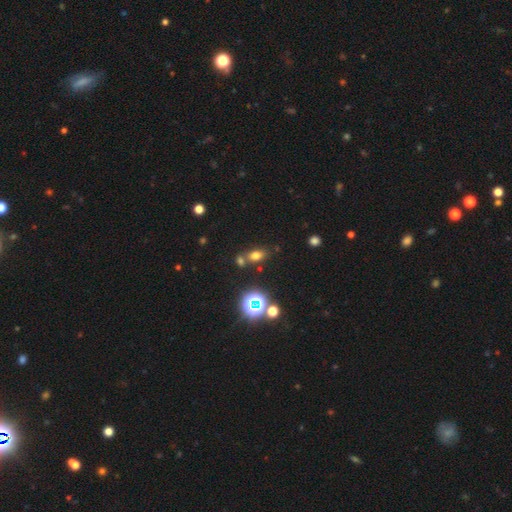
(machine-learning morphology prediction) type=smooth (65%); roundness=in between (71%); merging=none (64%).